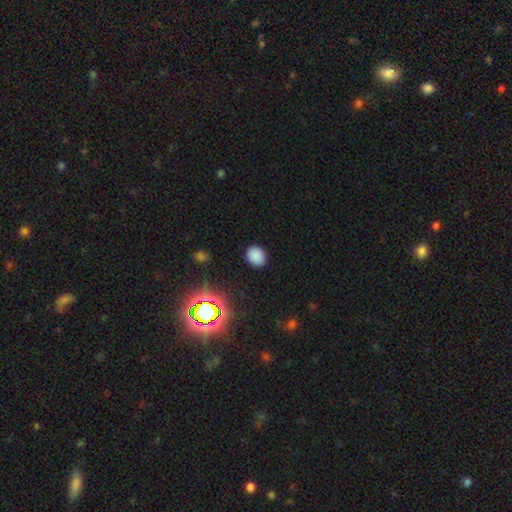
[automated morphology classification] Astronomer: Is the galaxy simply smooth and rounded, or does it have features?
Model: smooth — 83%.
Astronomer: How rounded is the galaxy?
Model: round — 50% (runner-up: in between, 49%).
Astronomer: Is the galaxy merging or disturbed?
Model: none — 88%.